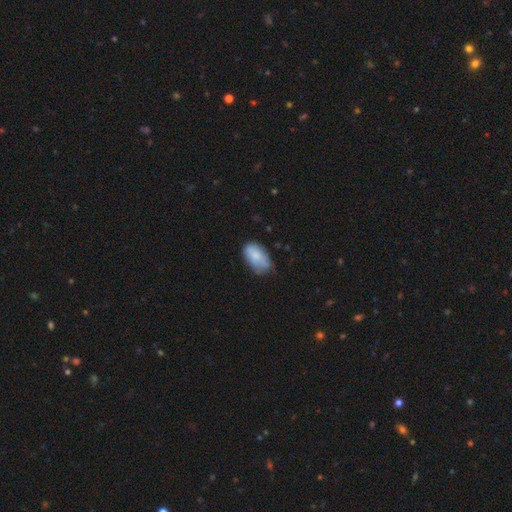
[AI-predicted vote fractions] smooth 77%, featured or disk 16%, star or artifact 7%. Down the decision tree: how rounded — in between (93%); merging — none (55%).